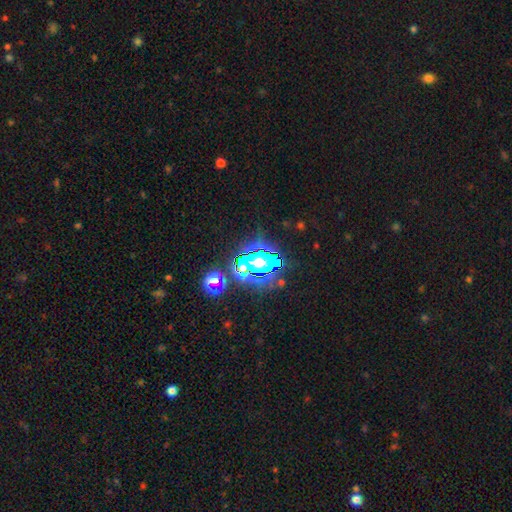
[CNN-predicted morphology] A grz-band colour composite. It shows a star or artifact, not a galaxy (73%).